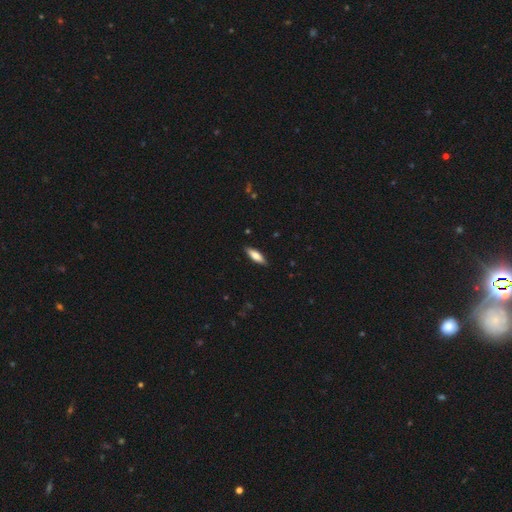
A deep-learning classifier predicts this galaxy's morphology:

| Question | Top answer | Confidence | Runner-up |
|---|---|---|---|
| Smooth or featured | smooth | 71% | featured or disk (23%) |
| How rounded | in between | 49% | tied: cigar-shaped (49%) |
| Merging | none | 89% | minor disturbance (9%) |